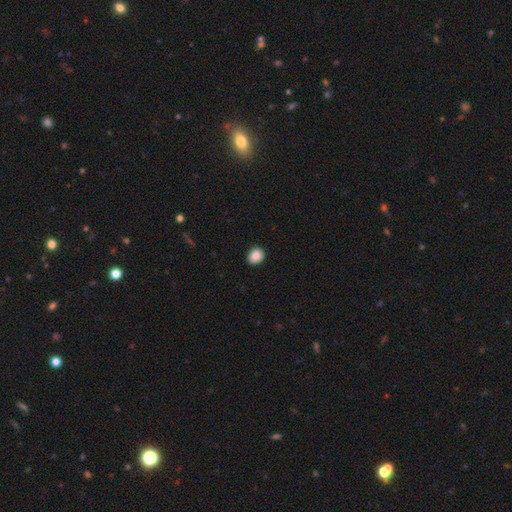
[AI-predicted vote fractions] Smooth or featured? Predicted: smooth (p=0.87). How rounded? Predicted: round (p=0.64). Merging? Predicted: none (p=0.91).